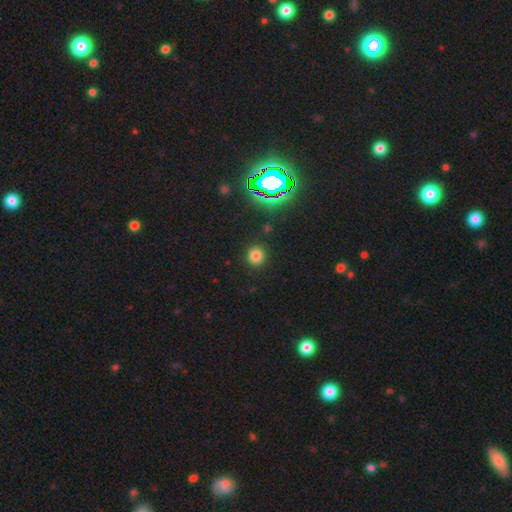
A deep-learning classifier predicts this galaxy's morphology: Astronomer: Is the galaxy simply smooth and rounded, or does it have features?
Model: smooth — 76%.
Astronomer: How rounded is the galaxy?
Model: round — 89%.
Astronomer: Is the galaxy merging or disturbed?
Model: none — 89%.